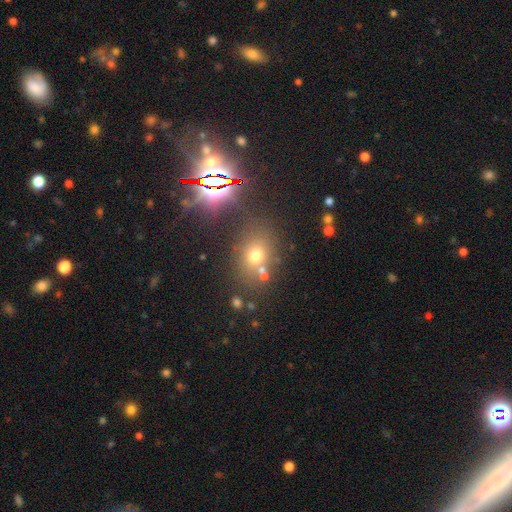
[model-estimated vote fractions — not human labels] Smooth or featured?
  - smooth: 62% *
  - star or artifact: 25%
  - featured or disk: 14%
How rounded?
  - round: 58% *
  - in between: 41%
  - cigar-shaped: 2%
Merging?
  - none: 66% *
  - merger: 15%
  - minor disturbance: 12%
  - major disturbance: 6%